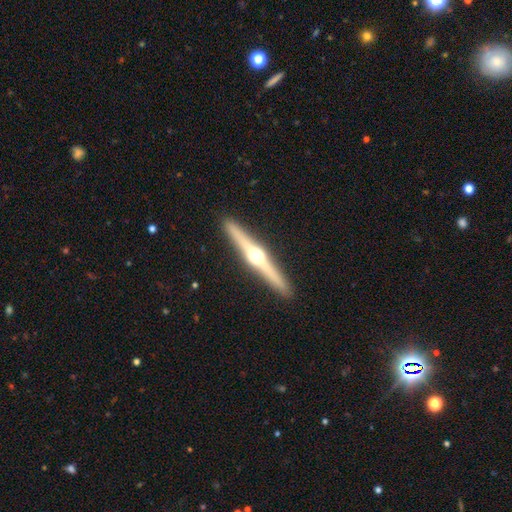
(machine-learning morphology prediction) Overall: featured or disk (78%). Edge-on disk: yes (98%). Edge-on bulge: rounded (96%). Merging: none (92%).